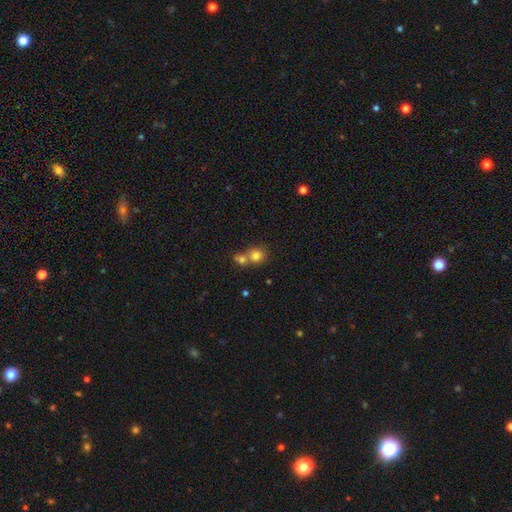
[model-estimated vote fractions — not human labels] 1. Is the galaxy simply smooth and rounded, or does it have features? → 78% smooth, 12% star or artifact, 10% featured or disk.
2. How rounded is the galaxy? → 83% round, 16% in between, 1% cigar-shaped.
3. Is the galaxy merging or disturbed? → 48% merger, 43% none, 6% minor disturbance, 3% major disturbance.